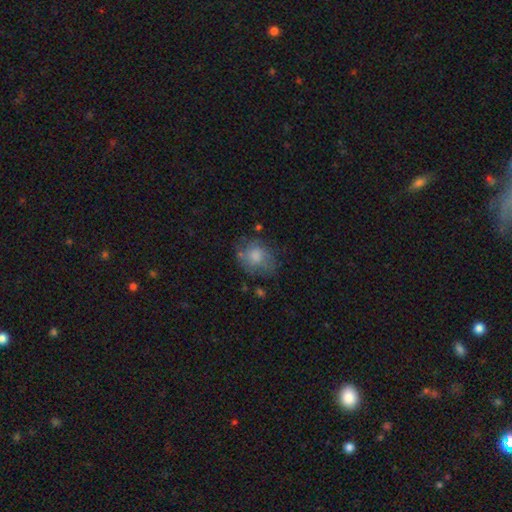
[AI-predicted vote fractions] Q: Smooth or featured?
A: smooth (58%); runner-up: featured or disk (31%)
Q: How rounded?
A: round (57%); runner-up: in between (42%)
Q: Merging?
A: none (60%); runner-up: minor disturbance (25%)